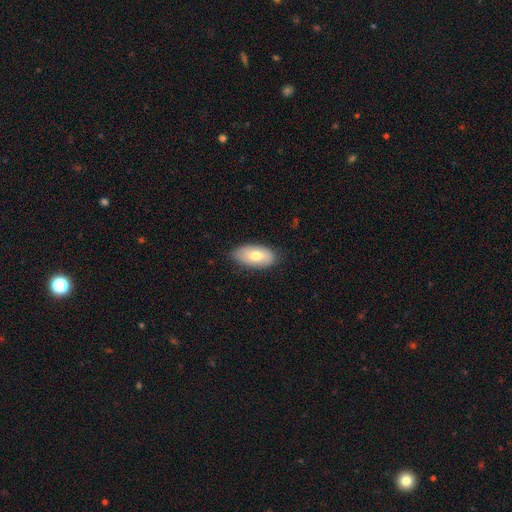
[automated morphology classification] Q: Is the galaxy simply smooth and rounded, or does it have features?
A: smooth — 74%.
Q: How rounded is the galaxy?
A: in between — 93%.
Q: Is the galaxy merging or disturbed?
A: none — 80%.